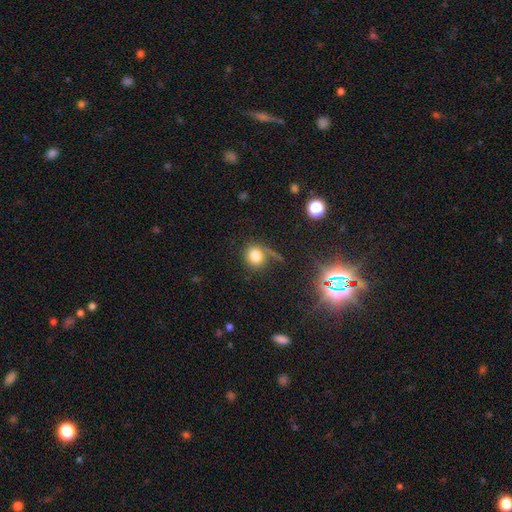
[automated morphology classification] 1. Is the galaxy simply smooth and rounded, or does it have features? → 76% smooth, 13% star or artifact, 11% featured or disk.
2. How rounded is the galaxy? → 80% round, 19% in between, 1% cigar-shaped.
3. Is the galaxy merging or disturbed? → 56% none, 20% minor disturbance, 17% major disturbance, 8% merger.